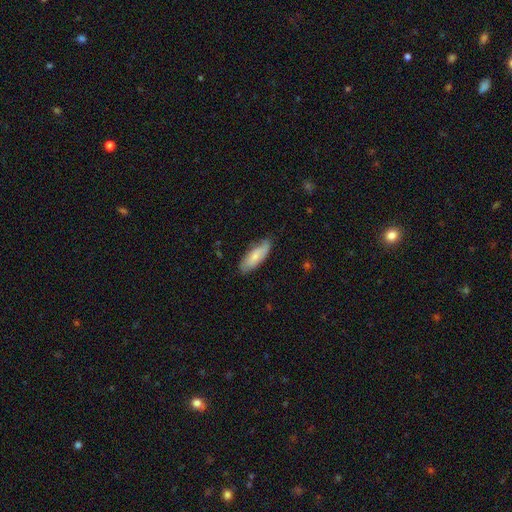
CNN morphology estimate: This is likely a smooth galaxy (71%). How rounded: likely in between (64%). Merging: likely none (74%).